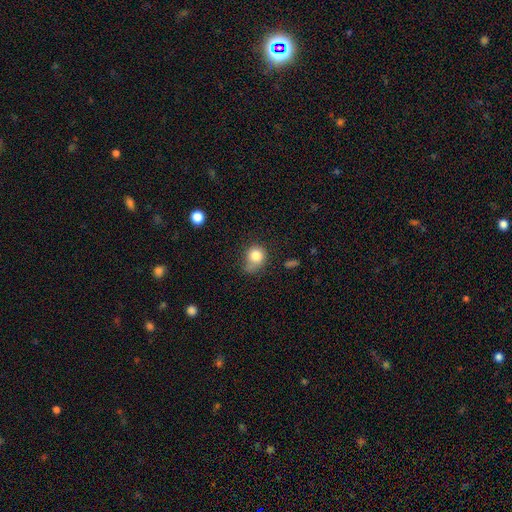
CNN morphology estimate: Smooth or featured? Predicted: smooth (p=0.81). How rounded? Predicted: round (p=0.70). Merging? Predicted: none (p=0.41).